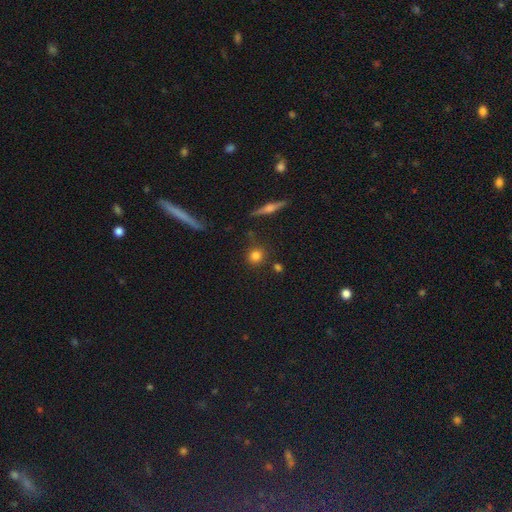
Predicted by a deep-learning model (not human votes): Smooth or featured? Predicted: smooth (p=0.79). How rounded? Predicted: round (p=0.88). Merging? Predicted: none (p=0.82).